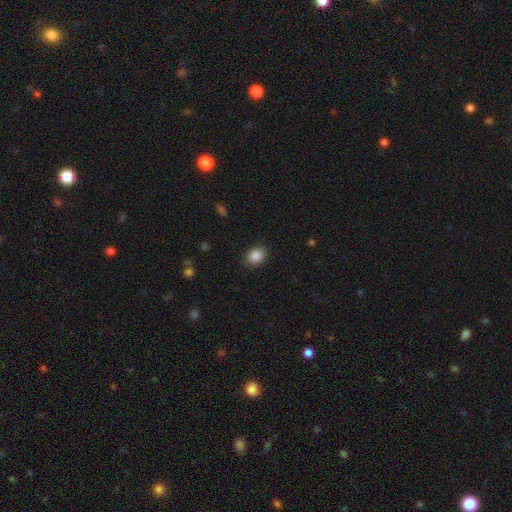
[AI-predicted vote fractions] A smooth galaxy with no disk features (87%) that is round (53%). Merging: none (88%).